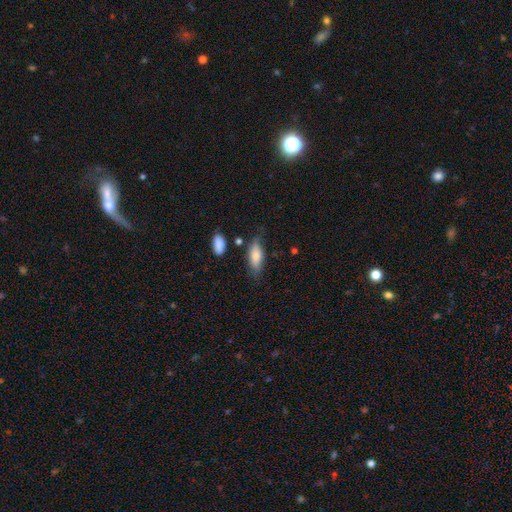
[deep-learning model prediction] A smooth galaxy with no disk features (78%) that is in between round and cigar-shaped (76%).

Vote fractions:
- Smooth or featured? smooth: 78% / featured or disk: 16% / star or artifact: 7%
- How rounded? in between: 76% / cigar-shaped: 21% / round: 3%
- Merging? none: 64% / minor disturbance: 24% / major disturbance: 7% / merger: 5%